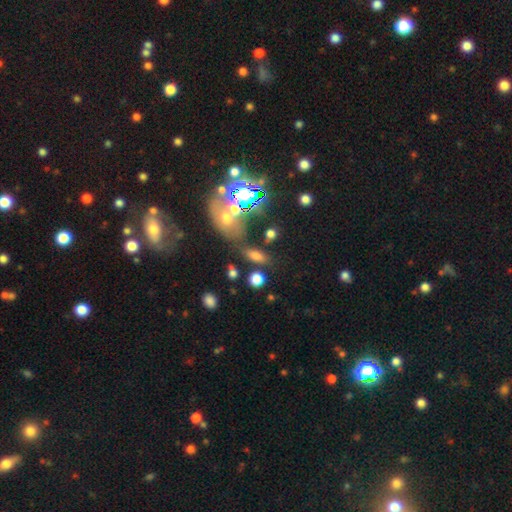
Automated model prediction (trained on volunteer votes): Smooth or featured? Predicted: smooth (p=0.66). How rounded? Predicted: in between (p=0.74). Merging? Predicted: none (p=0.65).